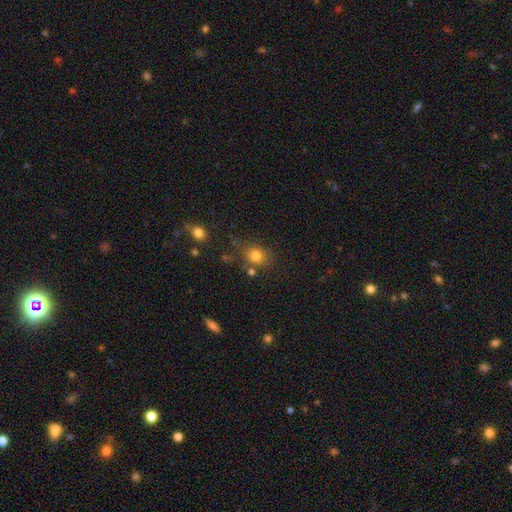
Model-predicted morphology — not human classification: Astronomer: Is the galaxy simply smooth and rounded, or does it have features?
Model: smooth — 80%.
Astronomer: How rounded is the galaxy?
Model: round — 68%.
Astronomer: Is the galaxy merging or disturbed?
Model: none — 74%.